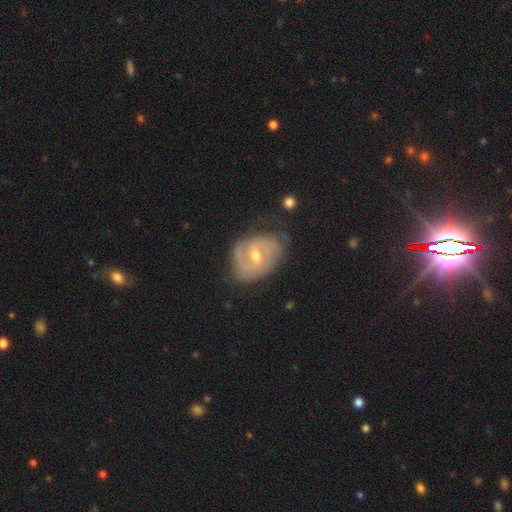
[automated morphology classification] Smooth or featured: featured or disk — 84% (smooth — 10%)
Edge-on disk: no — 97% (yes — 3%)
Bar: weak — 52% (no — 34%)
Spiral arms: yes — 94% (no — 6%)
Spiral winding: tight — 49% (medium — 39%)
Spiral arm count: 2 — 60% (can't tell — 18%)
Bulge size: moderate — 56% (small — 41%)
Merging: none — 66% (minor disturbance — 24%)